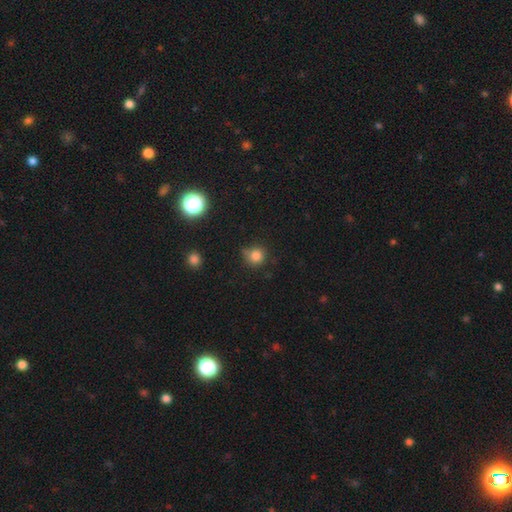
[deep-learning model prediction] A smooth galaxy with no disk features (81%) that is round (90%). Merging: none (67%).